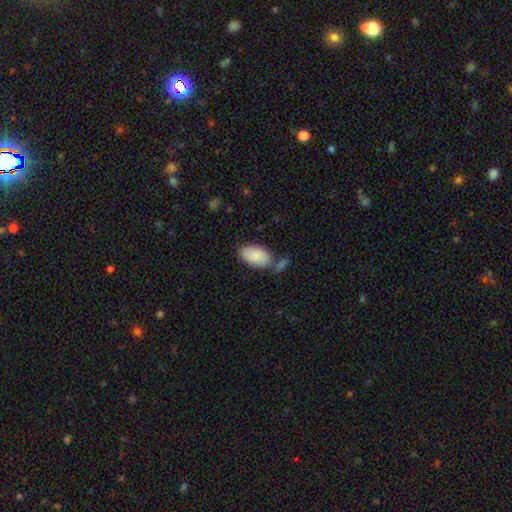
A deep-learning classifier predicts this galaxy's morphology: type=smooth (82%); roundness=in between (94%); merging=none (54%).